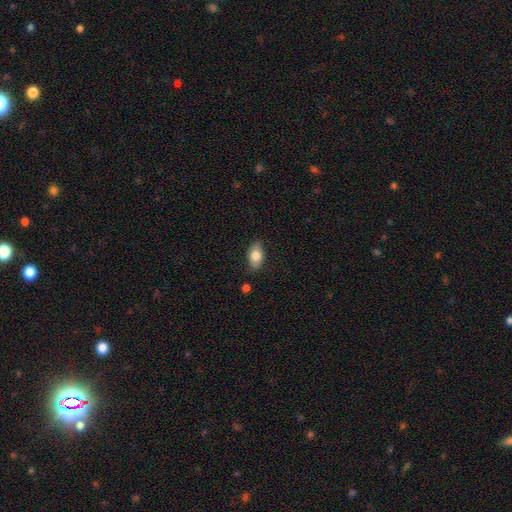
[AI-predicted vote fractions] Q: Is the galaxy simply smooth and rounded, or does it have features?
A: smooth — 80%.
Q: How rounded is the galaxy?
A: in between — 90%.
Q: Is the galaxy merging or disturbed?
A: none — 81%.